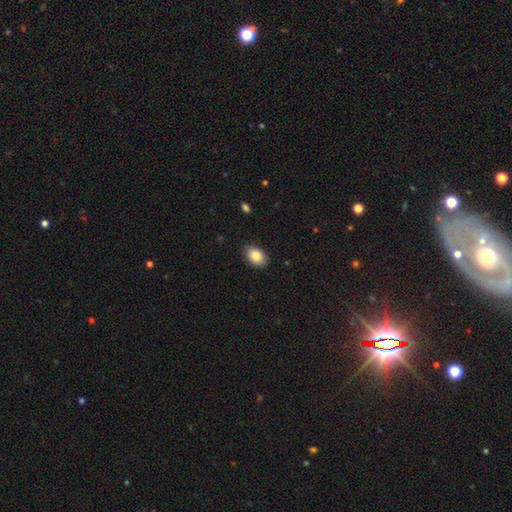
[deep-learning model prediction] Smooth or featured?
  - smooth: 85% *
  - featured or disk: 8%
  - star or artifact: 7%
How rounded?
  - in between: 87% *
  - round: 12%
  - cigar-shaped: 1%
Merging?
  - none: 87% *
  - minor disturbance: 10%
  - major disturbance: 2%
  - merger: 1%